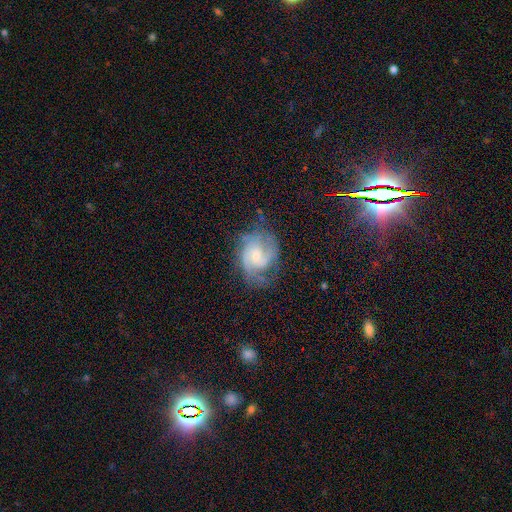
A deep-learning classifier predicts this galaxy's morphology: A featured or disk galaxy (83%) with no bar (48%), 2 (66%) medium (50%) spiral arms (96%) and a small central bulge (57%). Merging: none (63%).